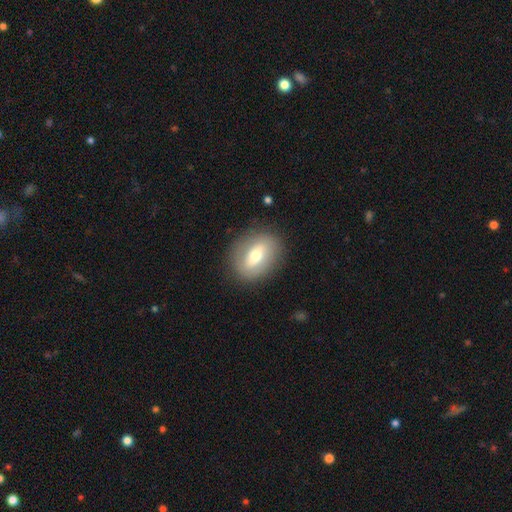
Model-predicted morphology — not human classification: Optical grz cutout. It shows a smooth galaxy with no disk features (51%) that is in between round and cigar-shaped (64%). Merging: none (84%).